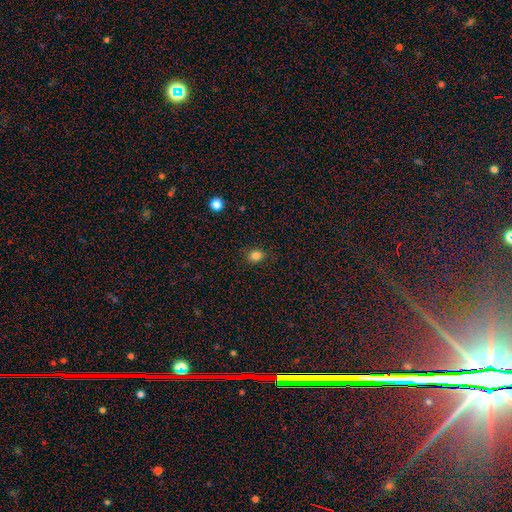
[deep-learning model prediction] This is clearly a smooth galaxy (83%). How rounded: possibly round (50%). Merging: clearly none (86%).